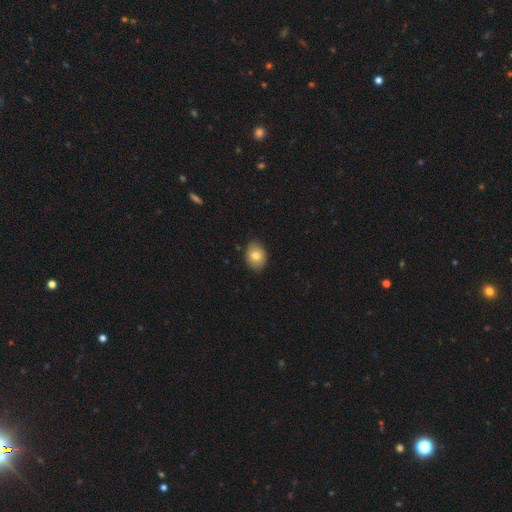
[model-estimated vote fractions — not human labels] This is likely a smooth galaxy (78%). How rounded: likely in between (61%). Merging: clearly none (82%).